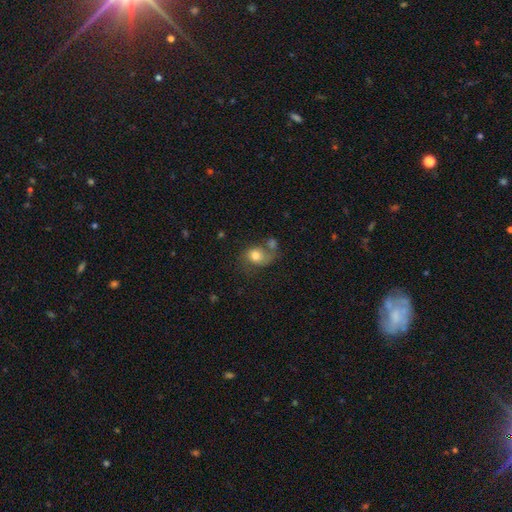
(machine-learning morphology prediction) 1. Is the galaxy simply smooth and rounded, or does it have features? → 71% smooth, 20% featured or disk, 10% star or artifact.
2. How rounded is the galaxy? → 56% round, 43% in between, 1% cigar-shaped.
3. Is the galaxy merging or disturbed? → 34% none, 31% merger, 19% minor disturbance, 16% major disturbance.